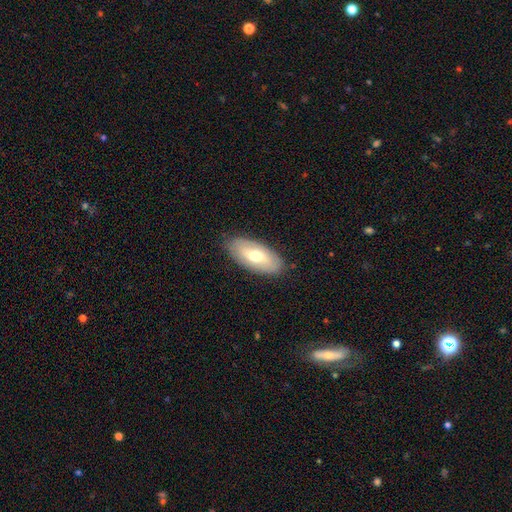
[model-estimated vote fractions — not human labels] Smooth or featured? smooth (60%)
How rounded? in between (90%)
Merging? none (85%)